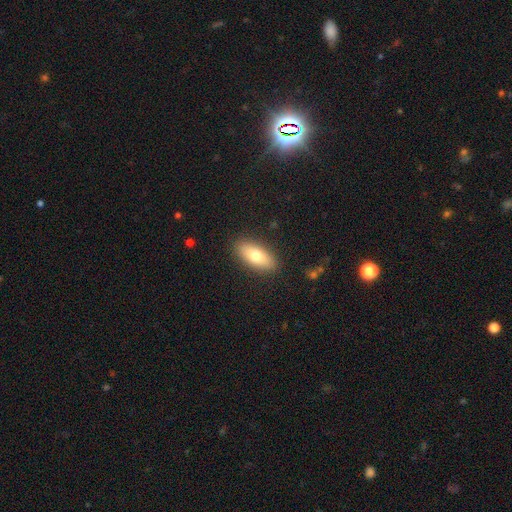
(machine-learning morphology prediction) Smooth or featured? smooth (74%)
How rounded? in between (81%)
Merging? none (88%)